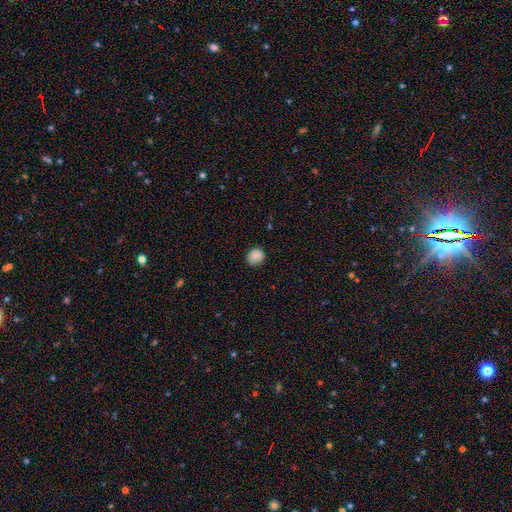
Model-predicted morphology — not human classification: Smooth or featured? smooth (87%)
How rounded? round (73%)
Merging? none (82%)